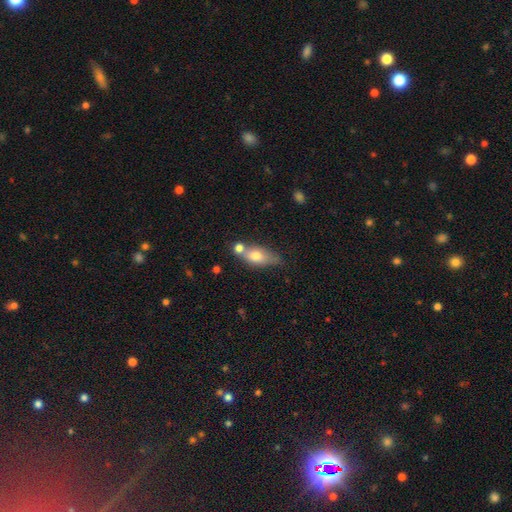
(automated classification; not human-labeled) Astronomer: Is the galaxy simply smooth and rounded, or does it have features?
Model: smooth — 69%.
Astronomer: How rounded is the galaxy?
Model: in between — 75%.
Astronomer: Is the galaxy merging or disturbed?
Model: none — 41% (runner-up: merger, 35%).